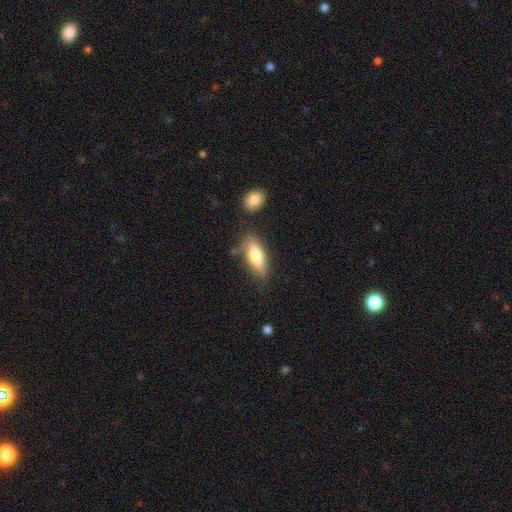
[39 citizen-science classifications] Overall: smooth (59%; featured or disk 38%). How rounded: in between (48%, tied with cigar-shaped). Merging: none (66%).